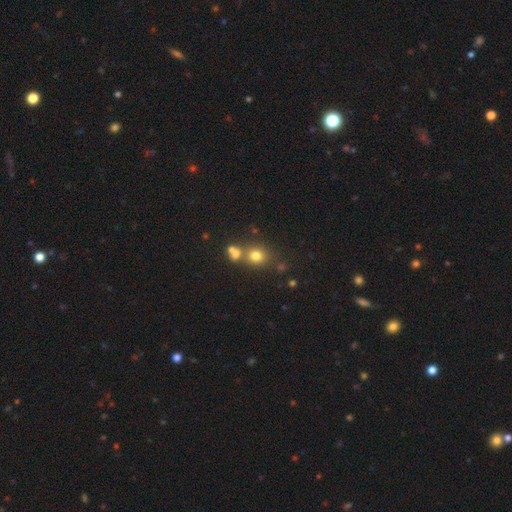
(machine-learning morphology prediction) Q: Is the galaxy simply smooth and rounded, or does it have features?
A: smooth — 74%.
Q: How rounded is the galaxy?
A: round — 79%.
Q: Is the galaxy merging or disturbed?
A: none — 60%.